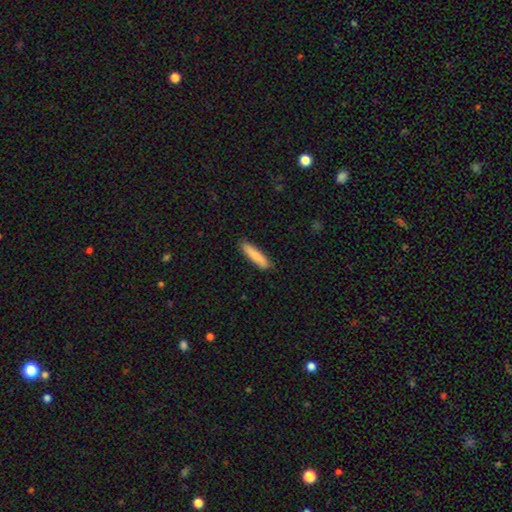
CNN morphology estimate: The model was most divided on "how rounded": cigar-shaped: 82%, in between: 16%, round: 1%. More confident: merging — none (88%); smooth or featured — smooth (82%).